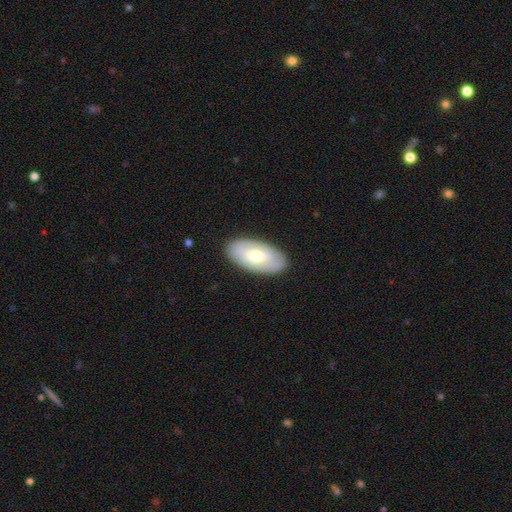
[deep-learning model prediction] This is possibly a smooth galaxy (49%). Merging: clearly none (87%).